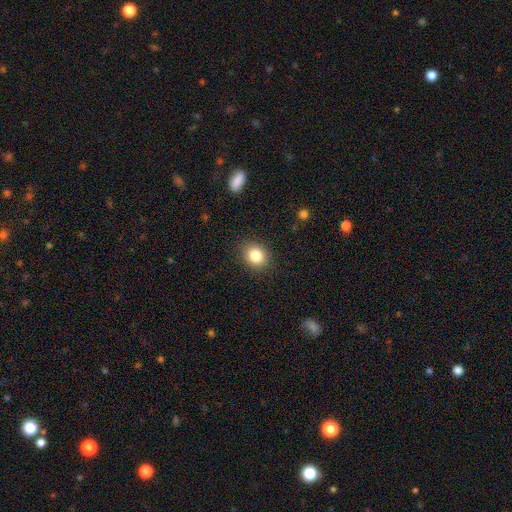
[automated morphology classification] smooth_or_featured: smooth (p=0.84) [alt: star or artifact p=0.10]
how_rounded: round (p=0.60) [alt: in between p=0.39]
merging: none (p=0.88) [alt: minor disturbance p=0.09]